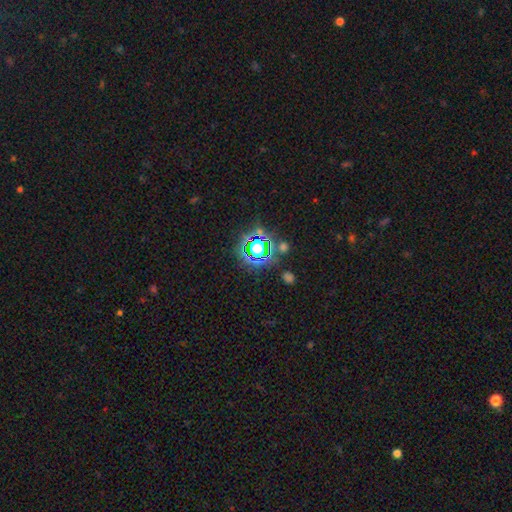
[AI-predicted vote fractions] Morphology: type=star or artifact (77%).